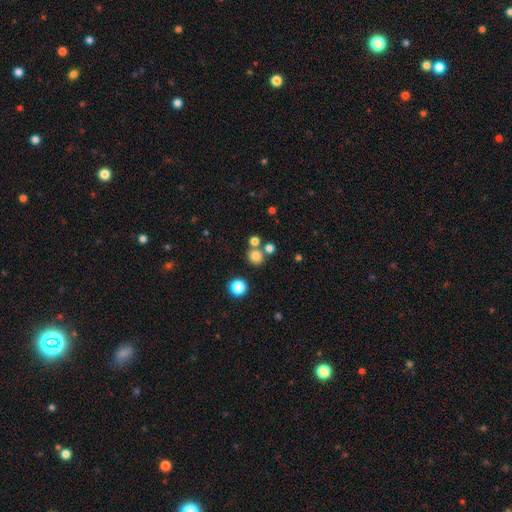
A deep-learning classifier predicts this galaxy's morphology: Smooth or featured? smooth (77%)
How rounded? round (89%)
Merging? none (69%)